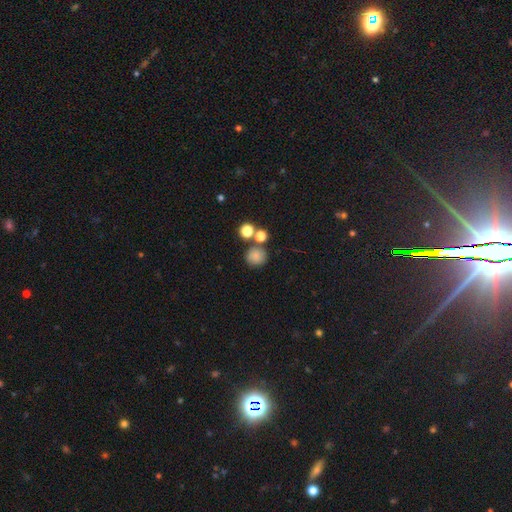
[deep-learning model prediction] Smooth or featured: smooth — 80% (star or artifact — 13%)
How rounded: round — 88% (in between — 11%)
Merging: none — 69% (merger — 17%)